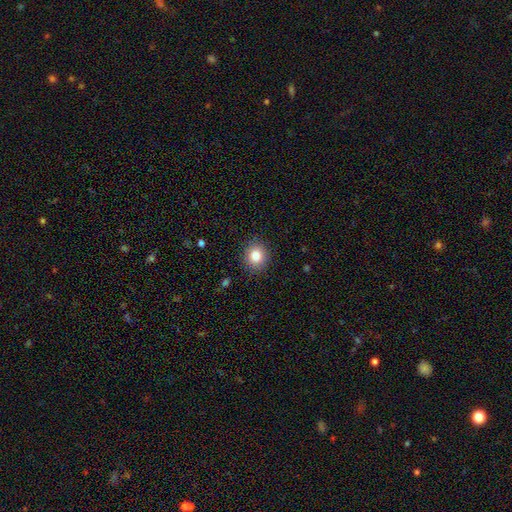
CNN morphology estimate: smooth 84%, star or artifact 10%, featured or disk 6%. Down the decision tree: how rounded — round (77%); merging — none (89%).